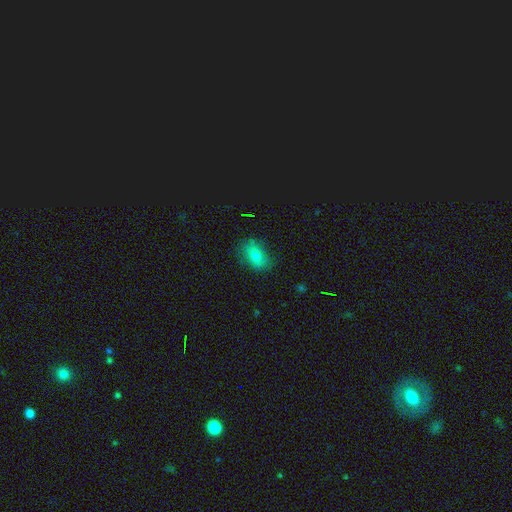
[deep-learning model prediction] This is likely a smooth galaxy (73%). How rounded: clearly in between (82%). Merging: likely none (74%).